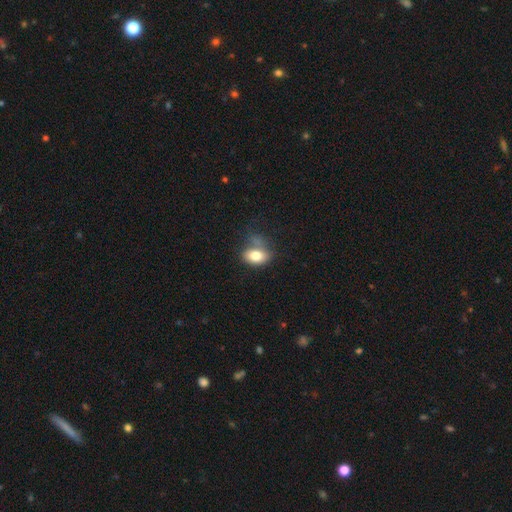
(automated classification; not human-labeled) Smooth or featured? smooth (78%)
How rounded? in between (83%)
Merging? none (43%)